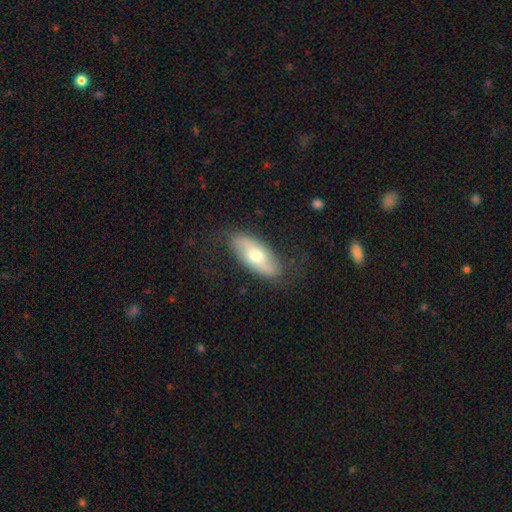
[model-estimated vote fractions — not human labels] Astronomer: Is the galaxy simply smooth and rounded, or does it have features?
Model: smooth — 50% (runner-up: featured or disk, 45%).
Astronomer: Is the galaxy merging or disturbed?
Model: none — 78%.